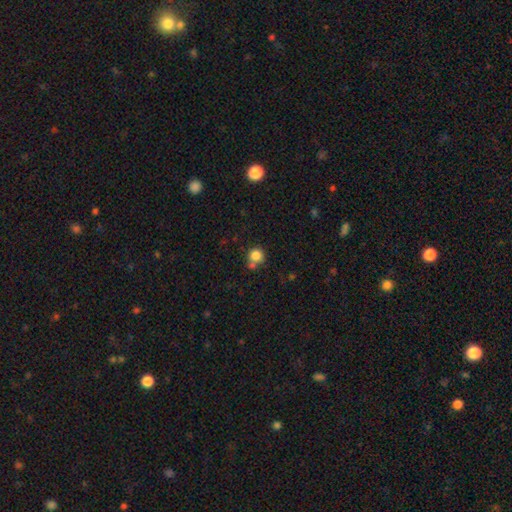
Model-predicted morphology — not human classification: Smooth or featured?
  - smooth: 83% *
  - star or artifact: 11%
  - featured or disk: 6%
How rounded?
  - round: 91% *
  - in between: 8%
  - cigar-shaped: 1%
Merging?
  - none: 61% *
  - merger: 24%
  - minor disturbance: 12%
  - major disturbance: 4%